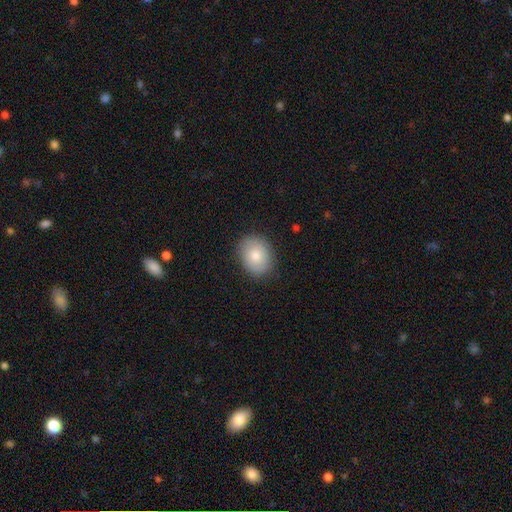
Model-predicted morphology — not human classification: This appears to be a smooth galaxy with no disk features (77%) that is in between round and cigar-shaped (52%). Merging: none (84%).